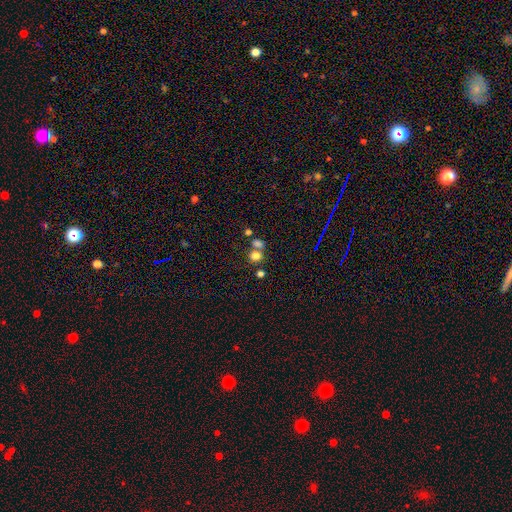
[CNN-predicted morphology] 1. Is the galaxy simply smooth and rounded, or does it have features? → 76% smooth, 14% star or artifact, 10% featured or disk.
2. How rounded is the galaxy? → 68% round, 31% in between, 1% cigar-shaped.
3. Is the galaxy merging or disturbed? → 45% none, 41% merger, 9% minor disturbance, 5% major disturbance.